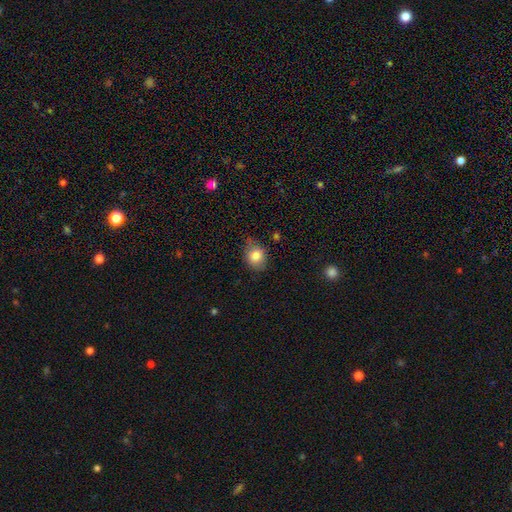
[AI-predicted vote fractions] Overall: smooth (82%). How rounded: in between (59%; round 40%). Merging: none (64%; minor disturbance 28%).